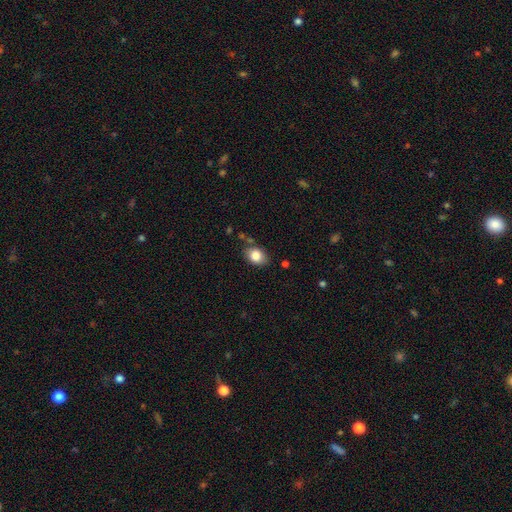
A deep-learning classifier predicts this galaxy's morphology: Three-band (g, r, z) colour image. It shows a smooth galaxy with no disk features (83%) that is in between round and cigar-shaped (68%). Merging: none (76%).